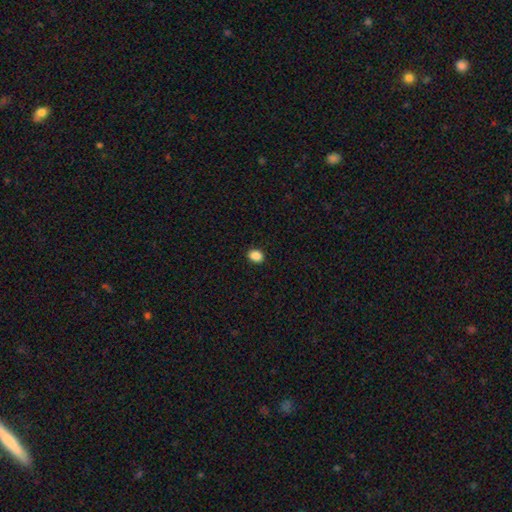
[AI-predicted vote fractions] A smooth galaxy with no disk features (89%) that is in between round and cigar-shaped (55%).

Vote fractions:
- Smooth or featured? smooth: 89% / star or artifact: 9% / featured or disk: 2%
- How rounded? in between: 55% / round: 44% / cigar-shaped: 1%
- Merging? none: 91% / minor disturbance: 6% / major disturbance: 2% / merger: 1%